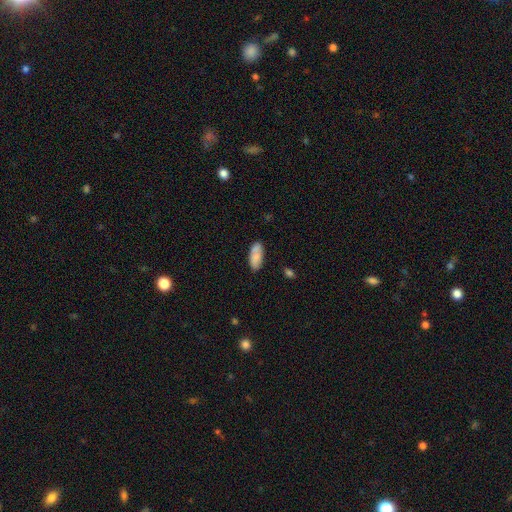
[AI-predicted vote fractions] Smooth or featured? Predicted: smooth (p=0.82). How rounded? Predicted: in between (p=0.85). Merging? Predicted: none (p=0.76).